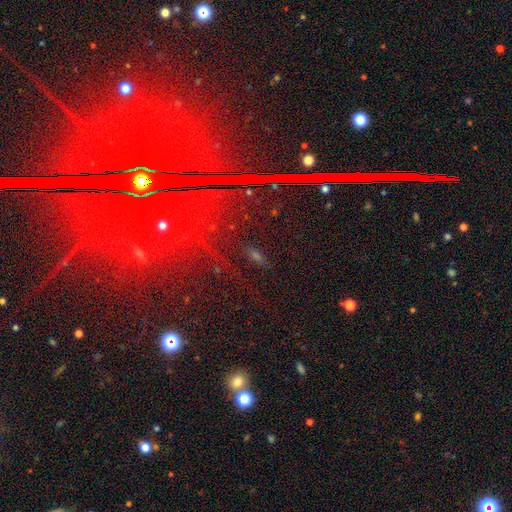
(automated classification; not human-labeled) A star or artifact, not a galaxy (57%).